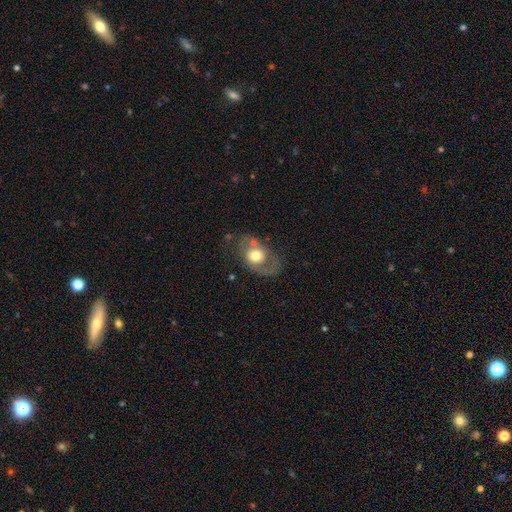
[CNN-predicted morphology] Q: Smooth or featured?
A: featured or disk (52%); runner-up: smooth (41%)
Q: Edge-on disk?
A: no (94%); runner-up: yes (6%)
Q: Merging?
A: none (58%); runner-up: minor disturbance (20%)